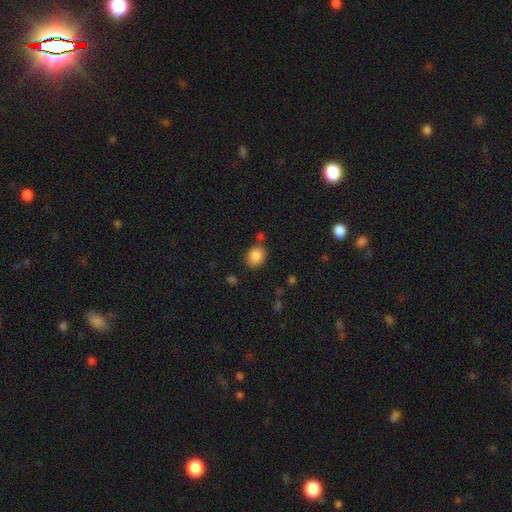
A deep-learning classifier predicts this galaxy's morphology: Smooth or featured? smooth (86%)
How rounded? round (56%)
Merging? none (72%)